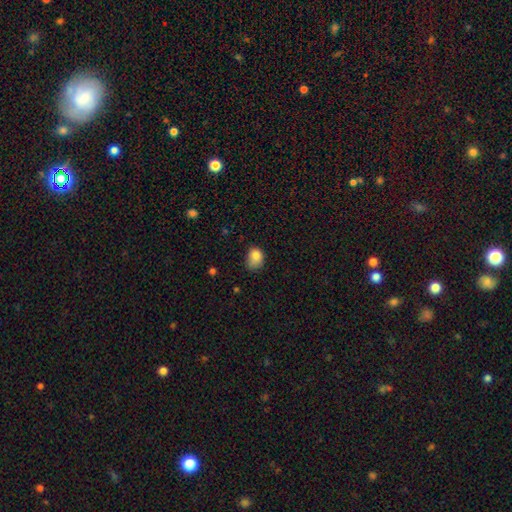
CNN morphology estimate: type=smooth (82%); roundness=in between (56%); merging=none (46%).